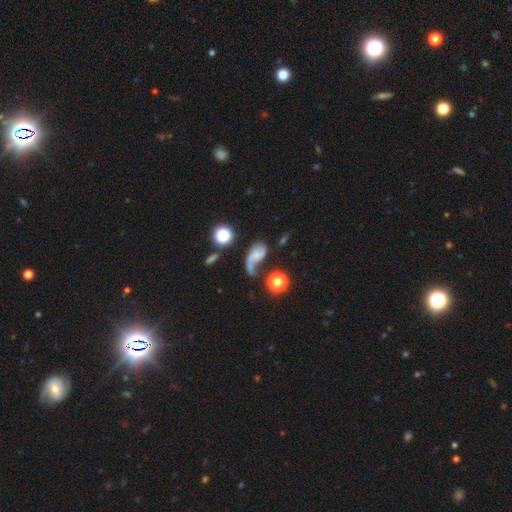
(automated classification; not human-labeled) Smooth or featured: featured or disk — 59% (smooth — 28%)
Edge-on disk: no — 96% (yes — 4%)
Bar: no — 68% (weak — 25%)
Spiral arms: yes — 82% (no — 18%)
Bulge size: small — 44% (none — 32%)
Merging: major disturbance — 35% (none — 26%)